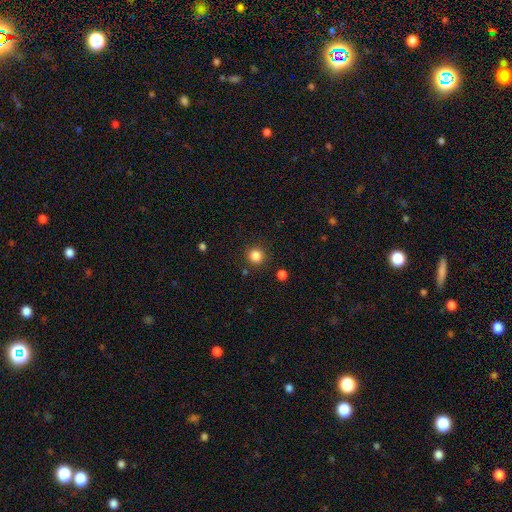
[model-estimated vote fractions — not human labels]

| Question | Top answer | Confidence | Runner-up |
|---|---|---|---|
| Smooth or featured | smooth | 84% | star or artifact (12%) |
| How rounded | round | 93% | in between (6%) |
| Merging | none | 89% | minor disturbance (6%) |